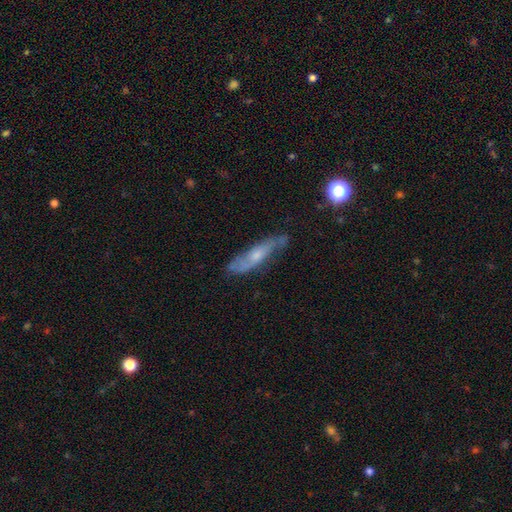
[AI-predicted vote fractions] featured or disk 60%, smooth 32%, star or artifact 8%. Down the decision tree: edge-on disk — no (55%); merging — none (68%).